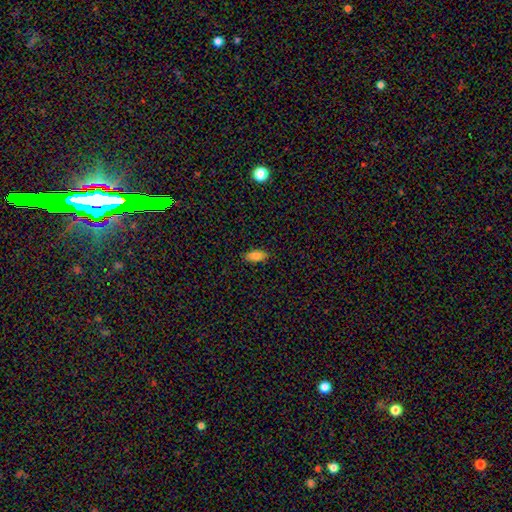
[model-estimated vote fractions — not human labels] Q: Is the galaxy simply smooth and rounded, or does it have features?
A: smooth — 80%.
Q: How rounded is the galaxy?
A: in between — 89%.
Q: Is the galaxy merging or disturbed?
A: none — 87%.